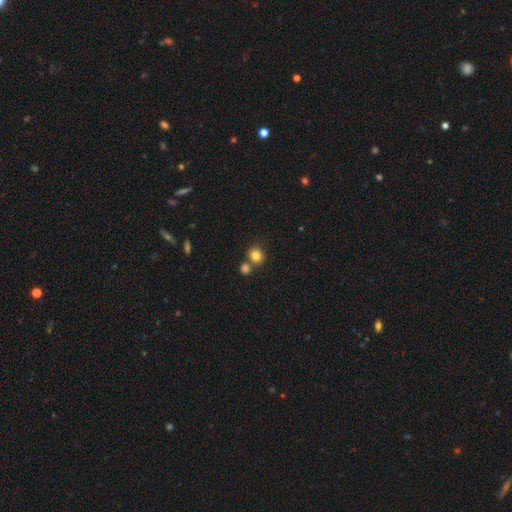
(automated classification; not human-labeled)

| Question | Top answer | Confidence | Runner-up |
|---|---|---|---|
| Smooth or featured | smooth | 83% | star or artifact (11%) |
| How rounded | round | 82% | in between (17%) |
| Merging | none | 64% | merger (25%) |